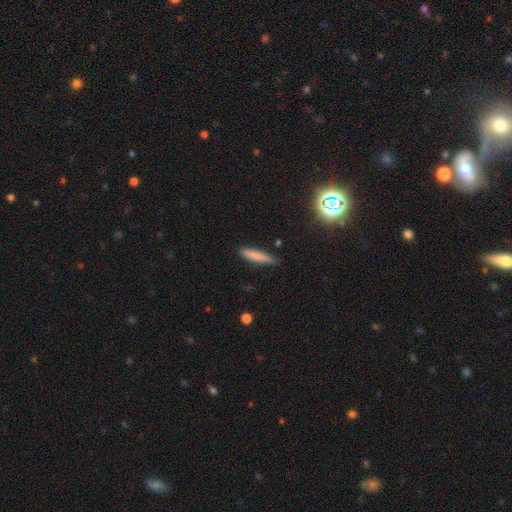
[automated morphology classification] smooth-or-featured: smooth: 81% | featured or disk: 11% | star or artifact: 8%
  how-rounded: cigar-shaped: 86% | in between: 13% | round: 1%
  merging: none: 82% | minor disturbance: 14% | major disturbance: 2% | merger: 2%